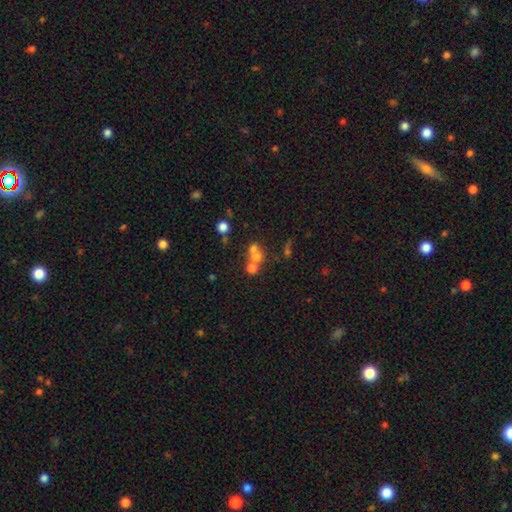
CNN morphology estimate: type=smooth (60%); roundness=round (80%); merging=merger (53%).